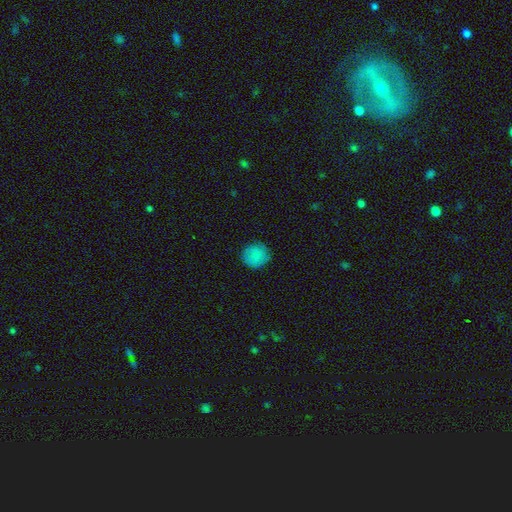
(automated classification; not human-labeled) smooth_or_featured: smooth (p=0.85) [alt: star or artifact p=0.09]
how_rounded: round (p=0.90) [alt: in between p=0.09]
merging: none (p=0.85) [alt: minor disturbance p=0.12]